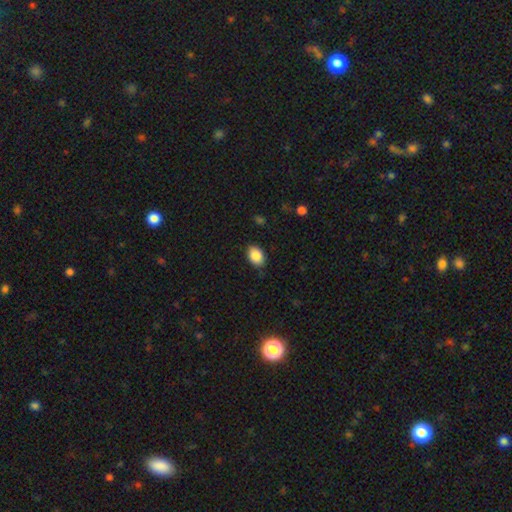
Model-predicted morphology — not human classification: A smooth galaxy with no disk features (87%) that is in between round and cigar-shaped (81%). Merging: none (84%).